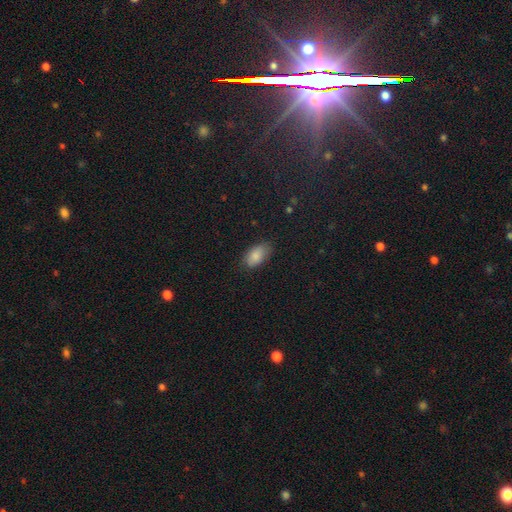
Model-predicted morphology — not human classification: The model was most divided on "merging": none: 78%, minor disturbance: 18%, major disturbance: 4%, merger: 1%. More confident: how rounded — in between (93%); smooth or featured — smooth (86%).